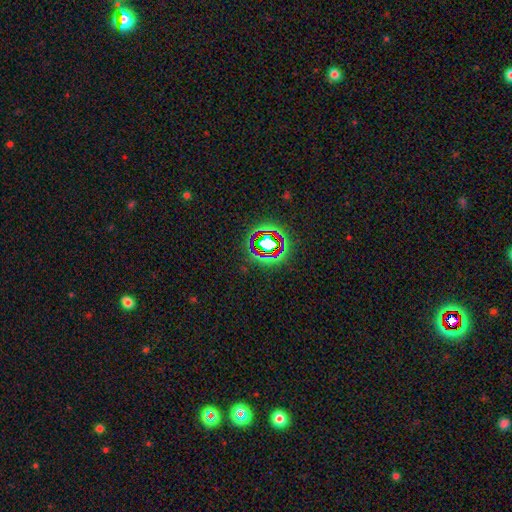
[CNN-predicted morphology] A star or artifact, not a galaxy (72%).